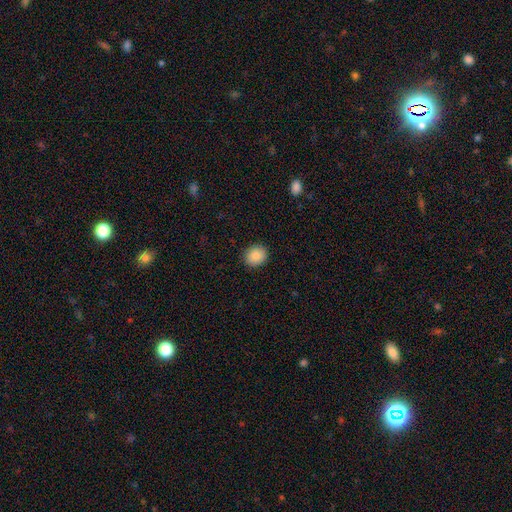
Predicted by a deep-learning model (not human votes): smooth_or_featured: smooth (p=0.88) [alt: star or artifact p=0.08]
how_rounded: round (p=0.71) [alt: in between p=0.28]
merging: none (p=0.91) [alt: minor disturbance p=0.06]